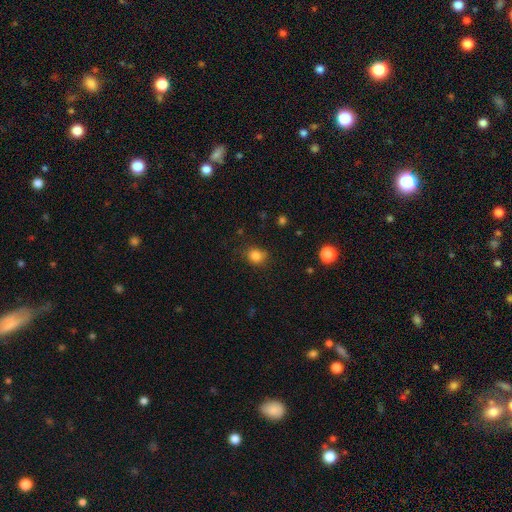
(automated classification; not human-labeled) smooth 83%, star or artifact 12%, featured or disk 5%. Down the decision tree: how rounded — round (70%); merging — none (78%).